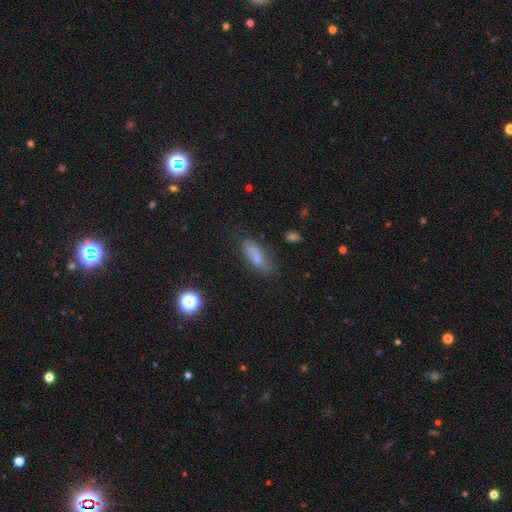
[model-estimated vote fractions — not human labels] Morphology: type=smooth (74%); roundness=in between (67%); merging=none (64%).